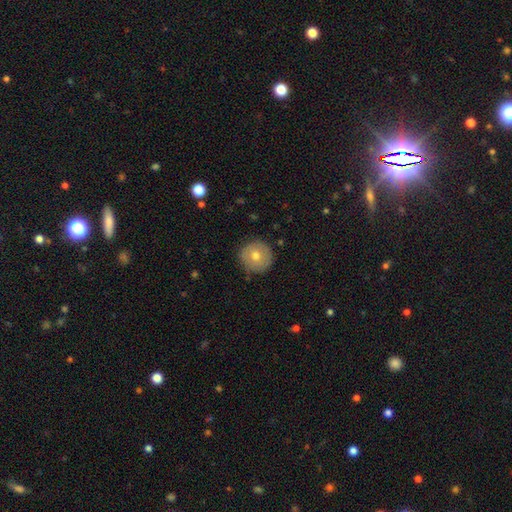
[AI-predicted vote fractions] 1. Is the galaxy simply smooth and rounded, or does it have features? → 66% smooth, 25% featured or disk, 9% star or artifact.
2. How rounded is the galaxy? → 96% round, 3% in between, 1% cigar-shaped.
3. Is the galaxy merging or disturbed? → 89% none, 8% minor disturbance, 2% major disturbance, 1% merger.